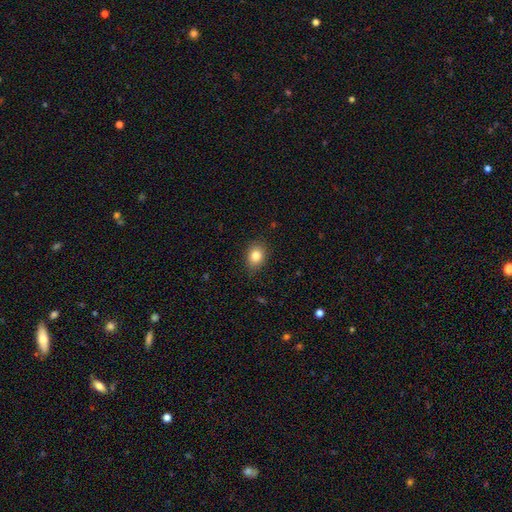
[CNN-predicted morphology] Overall: smooth (83%). How rounded: in between (54%; round 45%). Merging: none (83%).